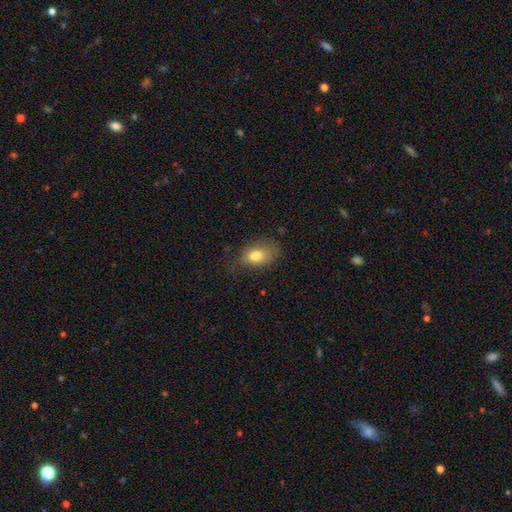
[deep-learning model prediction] Smooth or featured?
  - smooth: 79% *
  - featured or disk: 13%
  - star or artifact: 8%
How rounded?
  - in between: 87% *
  - round: 12%
  - cigar-shaped: 2%
Merging?
  - none: 57% *
  - minor disturbance: 28%
  - major disturbance: 13%
  - merger: 2%